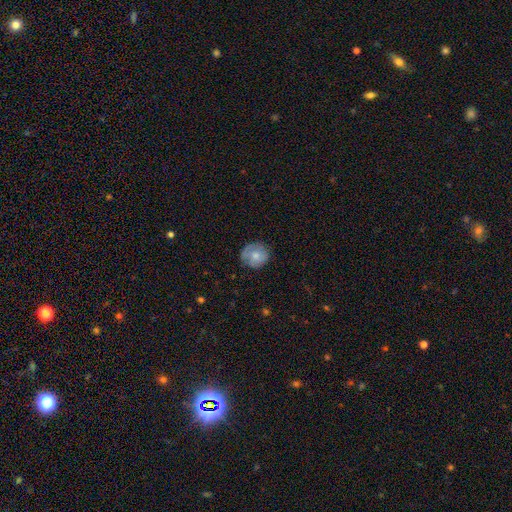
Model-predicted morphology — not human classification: This appears to be a smooth galaxy with no disk features (73%) that is round (87%). Merging: none (73%).